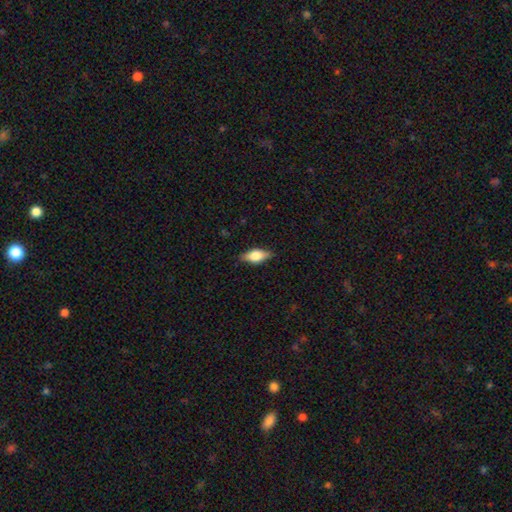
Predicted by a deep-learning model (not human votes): Smooth or featured: smooth — 58% (featured or disk — 35%)
How rounded: in between — 80% (cigar-shaped — 16%)
Merging: none — 84% (minor disturbance — 12%)